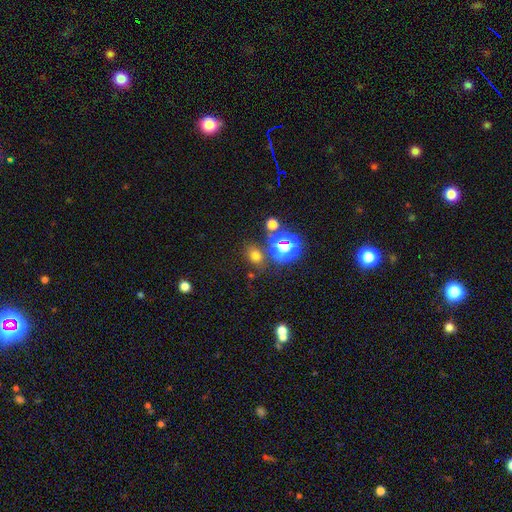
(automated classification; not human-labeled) smooth 66%, star or artifact 26%, featured or disk 7%. Down the decision tree: how rounded — round (50%); merging — none (75%).